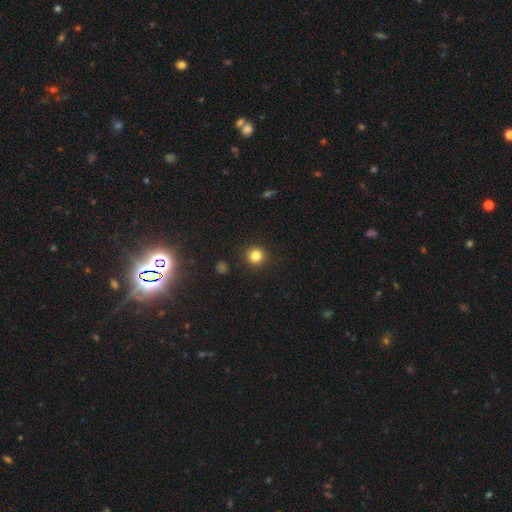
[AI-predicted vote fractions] Smooth or featured? smooth (83%)
How rounded? round (94%)
Merging? none (92%)